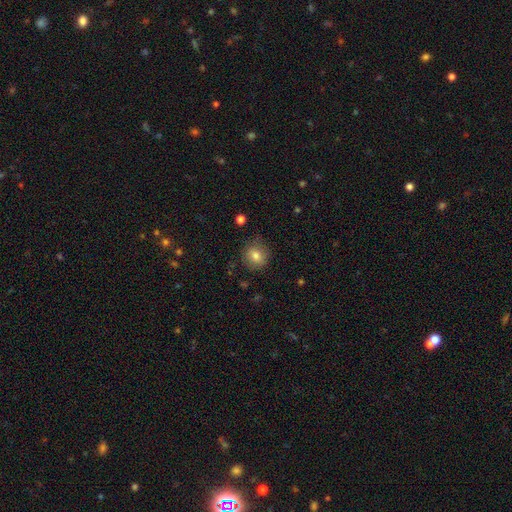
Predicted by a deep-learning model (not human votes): smooth_or_featured: smooth (p=0.79) [alt: featured or disk p=0.11]
how_rounded: round (p=0.79) [alt: in between p=0.20]
merging: none (p=0.82) [alt: minor disturbance p=0.13]